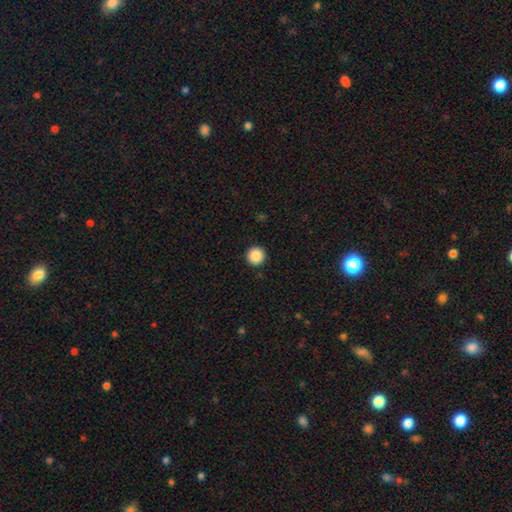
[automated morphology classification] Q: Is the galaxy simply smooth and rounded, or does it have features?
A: smooth — 88%.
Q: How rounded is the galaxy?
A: round — 96%.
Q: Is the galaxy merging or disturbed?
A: none — 93%.